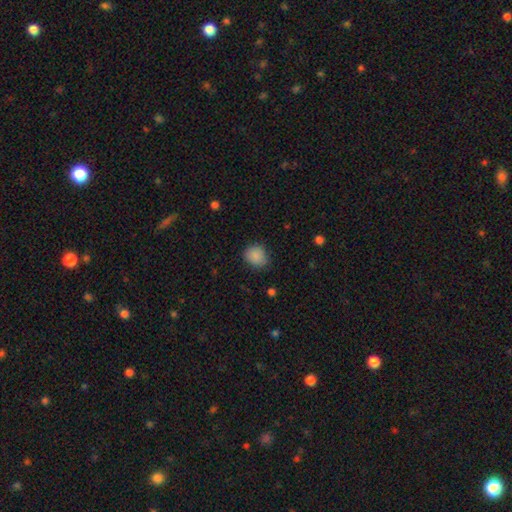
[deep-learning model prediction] Smooth or featured? Predicted: smooth (p=0.87). How rounded? Predicted: round (p=0.70). Merging? Predicted: none (p=0.79).